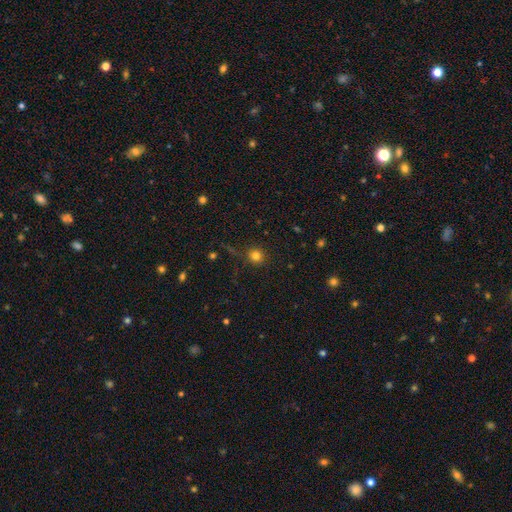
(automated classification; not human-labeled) Overall: smooth (79%). How rounded: round (92%). Merging: none (86%).